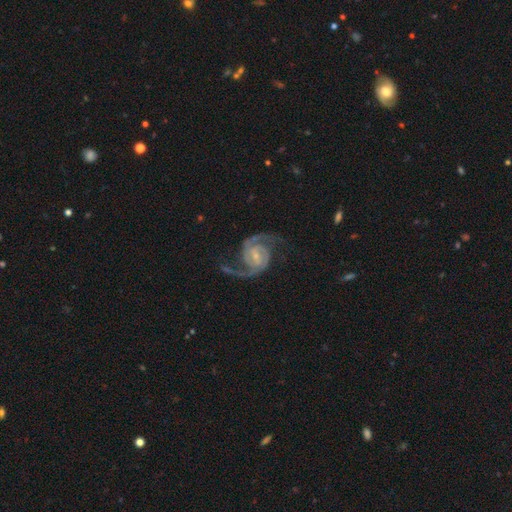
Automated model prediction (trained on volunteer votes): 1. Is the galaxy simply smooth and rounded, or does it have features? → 93% featured or disk, 4% star or artifact, 3% smooth.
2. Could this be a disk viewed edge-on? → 98% no, 2% yes.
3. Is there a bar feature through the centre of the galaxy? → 46% weak, 37% no, 16% strong.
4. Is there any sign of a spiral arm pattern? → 99% yes, 1% no.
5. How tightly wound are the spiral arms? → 57% medium, 22% tight, 21% loose.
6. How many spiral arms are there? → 91% 2, 3% 3, 2% can't tell, 1% 1, 1% 4, 1% more than 4.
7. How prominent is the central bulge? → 66% small, 26% moderate, 6% none, 2% large, 1% dominant.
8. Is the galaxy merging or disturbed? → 72% none, 14% minor disturbance, 11% major disturbance, 2% merger.